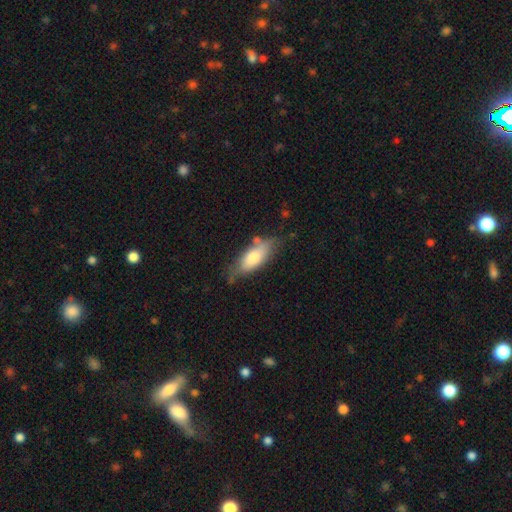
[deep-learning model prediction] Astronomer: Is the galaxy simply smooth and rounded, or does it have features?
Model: smooth — 71%.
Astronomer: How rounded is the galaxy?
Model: in between — 70%.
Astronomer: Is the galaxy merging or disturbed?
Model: none — 66%.